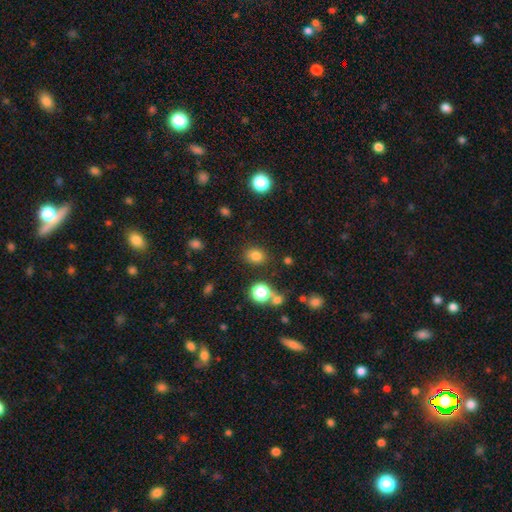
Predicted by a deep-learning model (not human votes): Smooth or featured: smooth — 79% (star or artifact — 15%)
How rounded: round — 60% (in between — 39%)
Merging: none — 82% (minor disturbance — 10%)